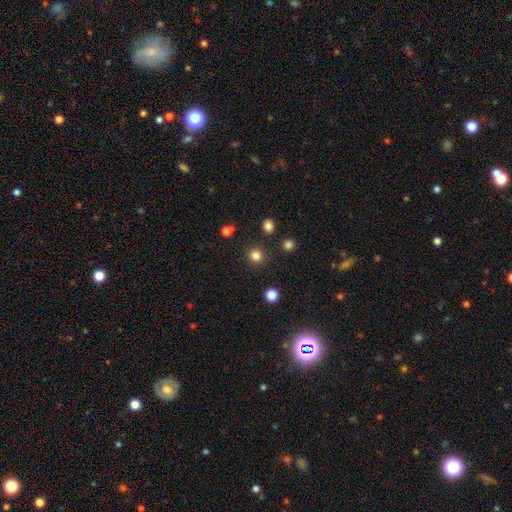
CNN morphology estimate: This is clearly a smooth galaxy (81%). How rounded: clearly round (94%). Merging: clearly none (90%).